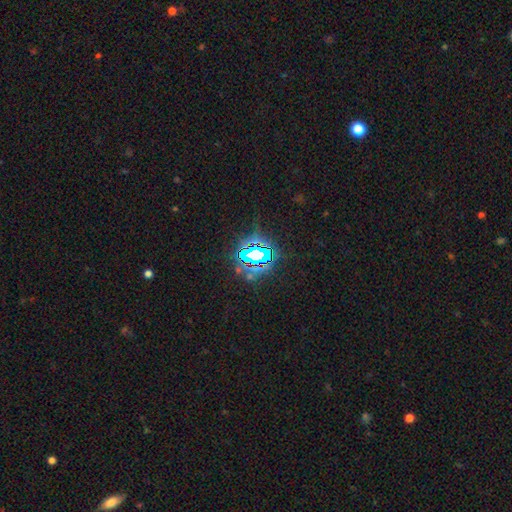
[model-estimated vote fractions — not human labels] Smooth or featured? star or artifact (74%)